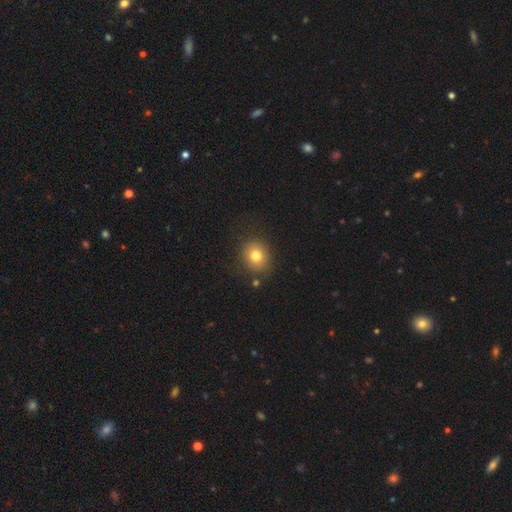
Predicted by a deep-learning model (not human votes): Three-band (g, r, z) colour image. It shows a smooth galaxy with no disk features (79%) that is round (74%). Merging: none (82%).